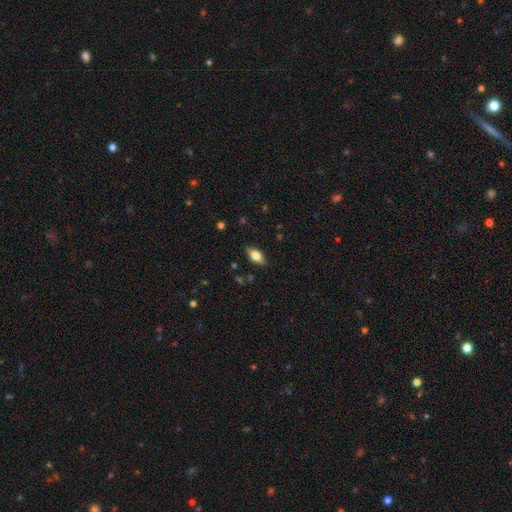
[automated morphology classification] A smooth galaxy with no disk features (63%) that is in between round and cigar-shaped (84%).

Vote fractions:
- Smooth or featured? smooth: 63% / featured or disk: 29% / star or artifact: 8%
- How rounded? in between: 84% / cigar-shaped: 12% / round: 4%
- Merging? none: 85% / minor disturbance: 11% / major disturbance: 2% / merger: 1%